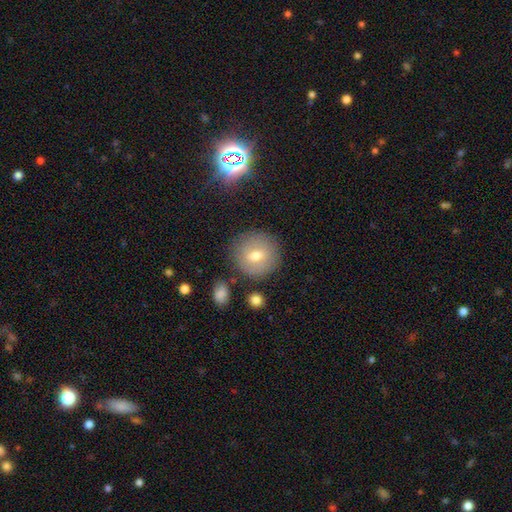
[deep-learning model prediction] Smooth or featured? smooth (66%)
How rounded? round (91%)
Merging? none (81%)